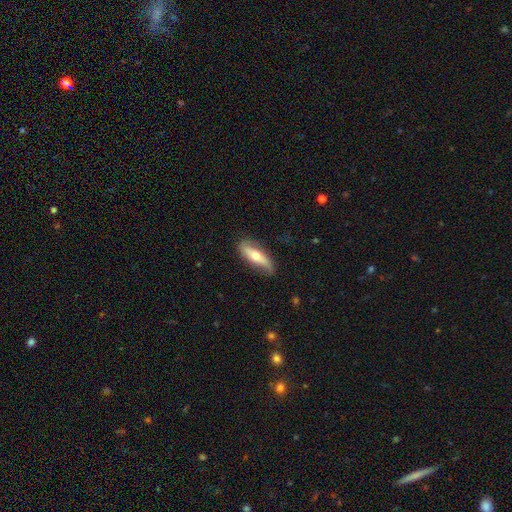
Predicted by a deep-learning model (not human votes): A smooth galaxy with no disk features (48%).

Vote fractions:
- Smooth or featured? smooth: 48% / featured or disk: 47% / star or artifact: 6%
- Merging? none: 73% / minor disturbance: 21% / major disturbance: 5% / merger: 1%